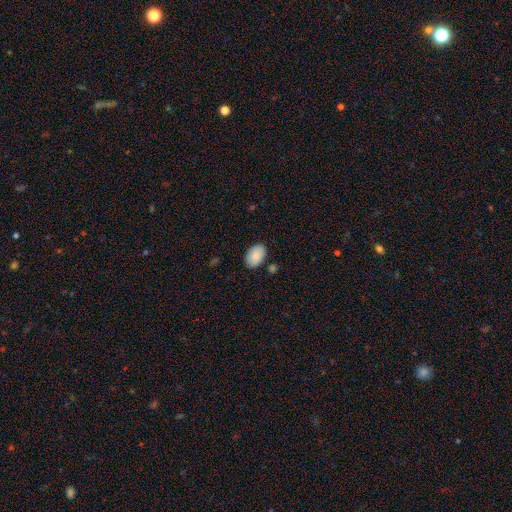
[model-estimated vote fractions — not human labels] A smooth galaxy with no disk features (90%) that is in between round and cigar-shaped (88%).

Vote fractions:
- Smooth or featured? smooth: 90% / star or artifact: 6% / featured or disk: 4%
- How rounded? in between: 88% / round: 11% / cigar-shaped: 1%
- Merging? none: 83% / minor disturbance: 11% / merger: 3% / major disturbance: 3%